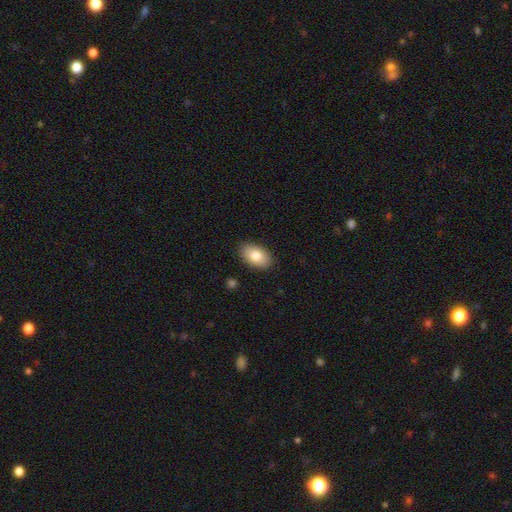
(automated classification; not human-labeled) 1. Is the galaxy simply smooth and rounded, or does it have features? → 81% smooth, 12% featured or disk, 7% star or artifact.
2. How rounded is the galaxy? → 92% in between, 6% round, 1% cigar-shaped.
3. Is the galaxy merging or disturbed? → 88% none, 9% minor disturbance, 2% major disturbance, 1% merger.